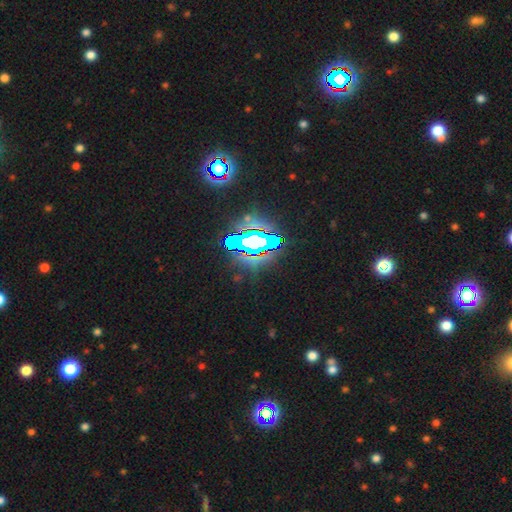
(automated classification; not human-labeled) star or artifact 77%, smooth 12%, featured or disk 11%.